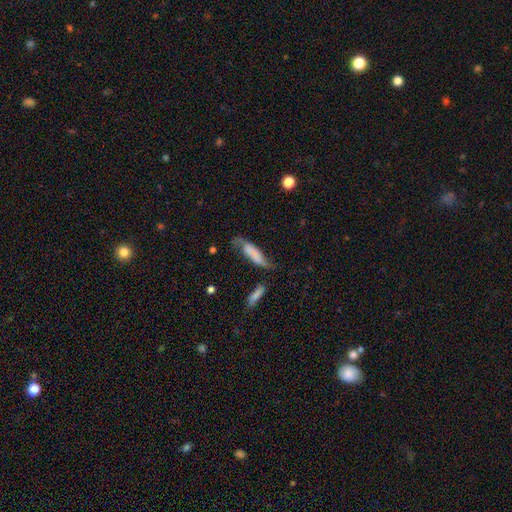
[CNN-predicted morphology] Smooth or featured?
  - smooth: 52% *
  - featured or disk: 40%
  - star or artifact: 8%
How rounded?
  - cigar-shaped: 60% *
  - in between: 37%
  - round: 3%
Merging?
  - none: 41% *
  - minor disturbance: 31%
  - major disturbance: 19%
  - merger: 9%